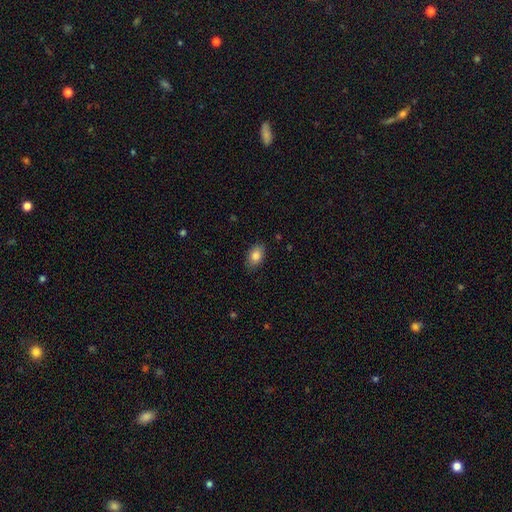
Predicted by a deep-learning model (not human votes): A smooth galaxy with no disk features (85%) that is in between round and cigar-shaped (86%). Merging: none (85%).